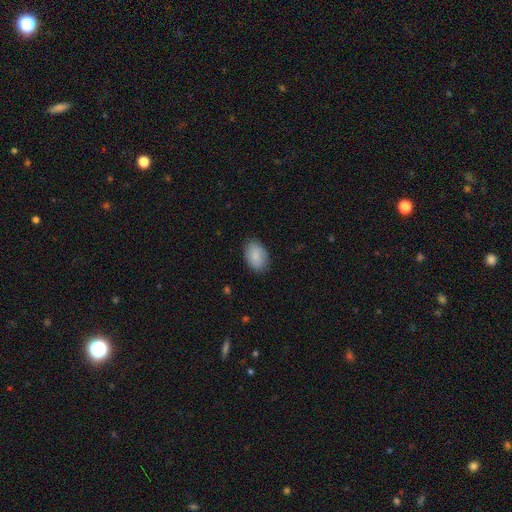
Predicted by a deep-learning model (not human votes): smooth 88%, star or artifact 6%, featured or disk 6%. Down the decision tree: how rounded — in between (88%); merging — none (84%).